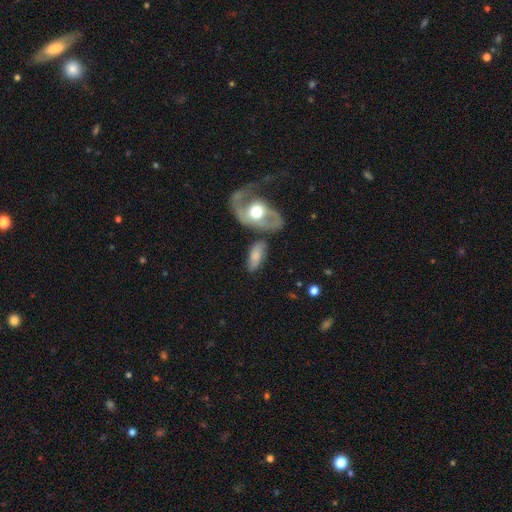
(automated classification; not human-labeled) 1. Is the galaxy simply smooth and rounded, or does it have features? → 57% smooth, 37% featured or disk, 7% star or artifact.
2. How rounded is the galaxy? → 87% in between, 8% cigar-shaped, 5% round.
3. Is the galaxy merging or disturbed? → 55% none, 20% minor disturbance, 15% merger, 9% major disturbance.